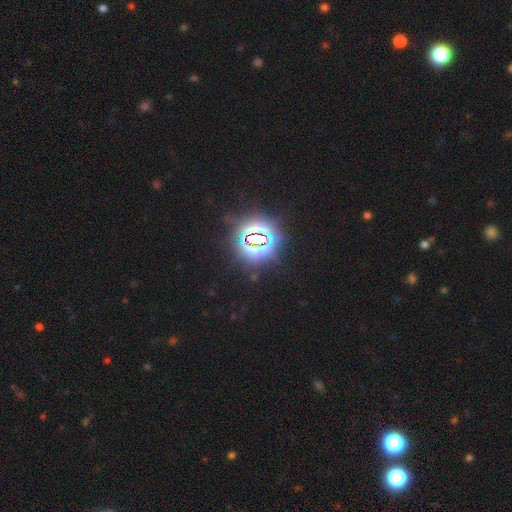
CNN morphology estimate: The model was most divided on "smooth or featured": star or artifact: 82%, smooth: 13%, featured or disk: 5%.